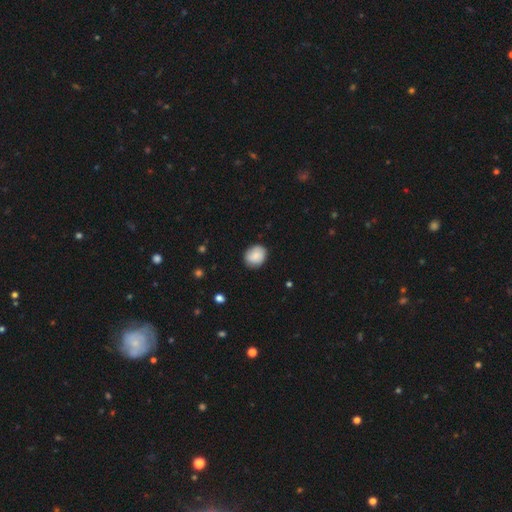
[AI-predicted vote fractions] A smooth galaxy with no disk features (84%) that is round (66%). Merging: none (85%).